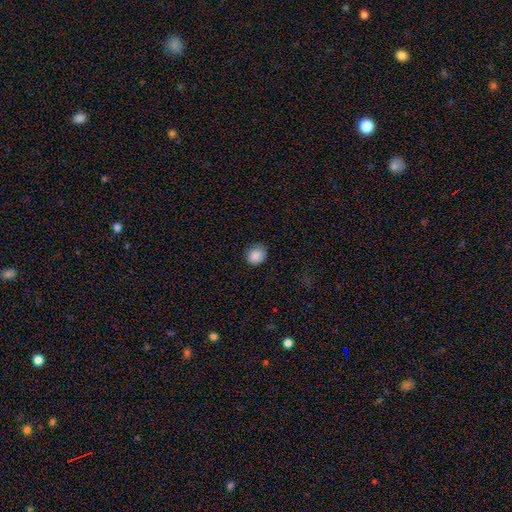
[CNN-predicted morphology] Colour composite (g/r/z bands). It shows a smooth galaxy with no disk features (88%) that is round (71%). Merging: none (78%).